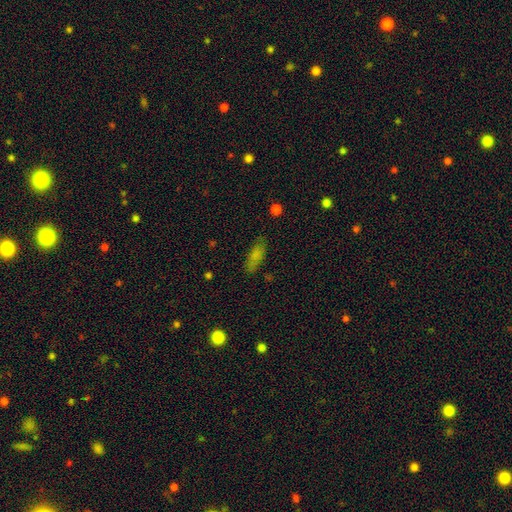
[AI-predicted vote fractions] smooth-or-featured: smooth: 78% | featured or disk: 11% | star or artifact: 11%
  how-rounded: in between: 65% | cigar-shaped: 32% | round: 3%
  merging: none: 78% | minor disturbance: 16% | major disturbance: 4% | merger: 2%